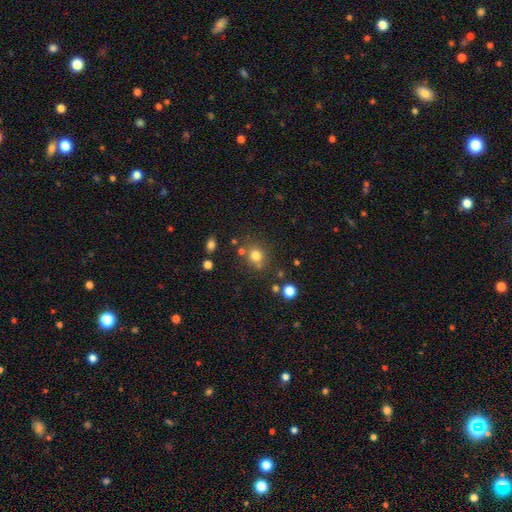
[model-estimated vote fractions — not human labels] smooth 77%, star or artifact 15%, featured or disk 8%. Down the decision tree: how rounded — round (78%); merging — none (71%).